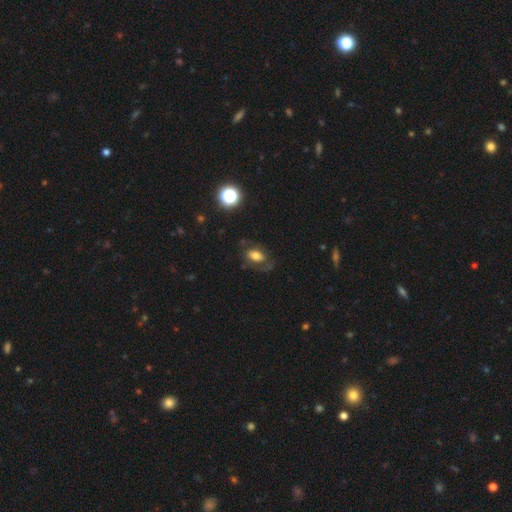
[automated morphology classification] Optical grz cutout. It shows a smooth galaxy with no disk features (54%) that is in between round and cigar-shaped (83%). Merging: none (64%).